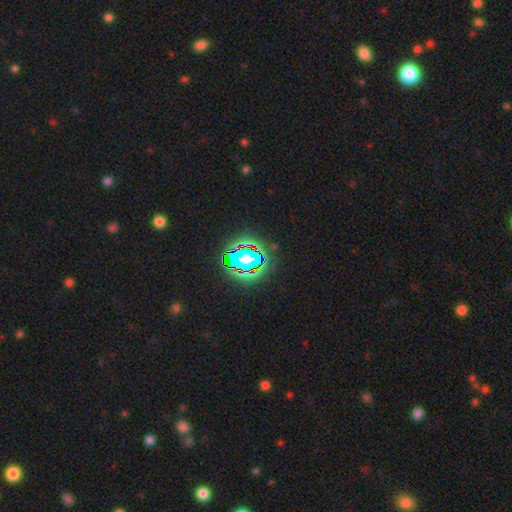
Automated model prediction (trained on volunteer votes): smooth_or_featured: star or artifact (p=0.81) [alt: smooth p=0.12]